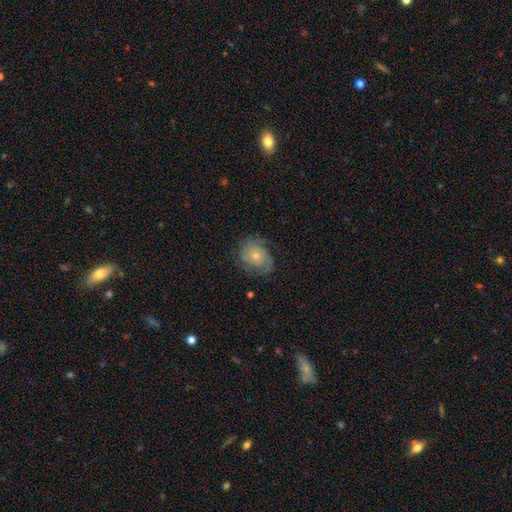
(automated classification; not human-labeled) The model was most divided on "smooth or featured": featured or disk: 47%, smooth: 46%, star or artifact: 8%. More confident: merging — none (62%).